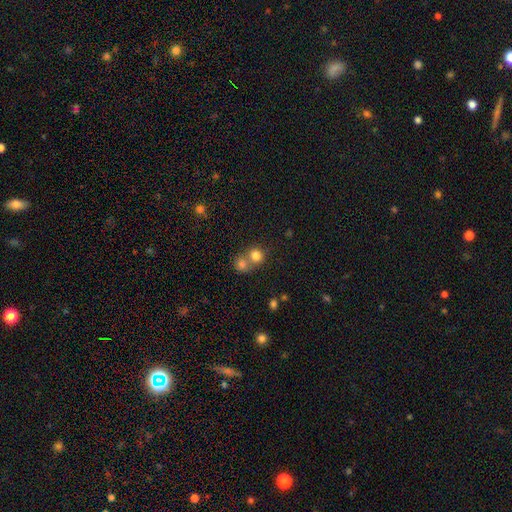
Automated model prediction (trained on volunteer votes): Smooth or featured? Predicted: smooth (p=0.79). How rounded? Predicted: round (p=0.84). Merging? Predicted: merger (p=0.50).